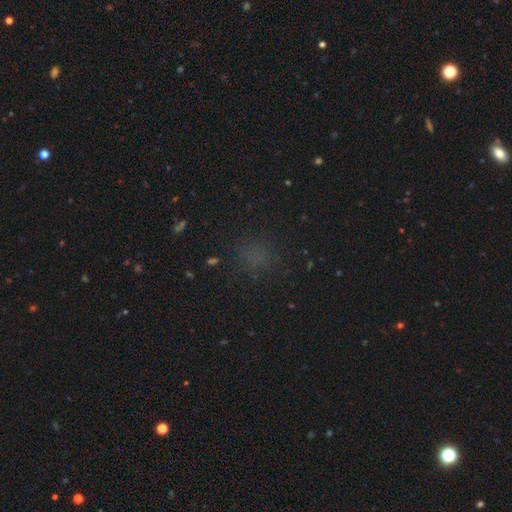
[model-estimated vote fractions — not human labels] Overall: smooth (59%; star or artifact 34%). How rounded: round (81%). Merging: none (81%).